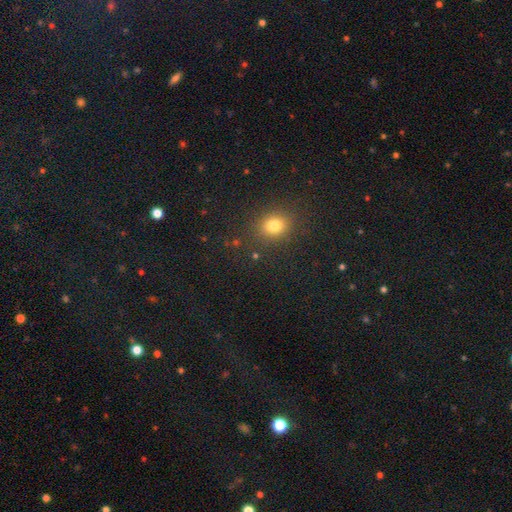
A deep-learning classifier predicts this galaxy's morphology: This appears to be a smooth galaxy with no disk features (72%) that is round (67%). Merging: none (88%).